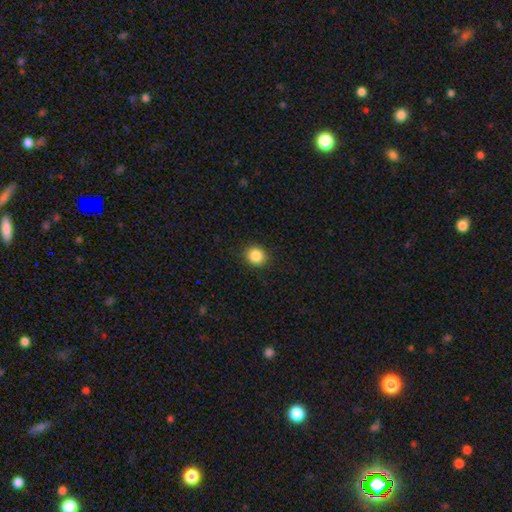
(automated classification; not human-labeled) Smooth or featured: smooth — 87% (star or artifact — 9%)
How rounded: round — 81% (in between — 18%)
Merging: none — 90% (minor disturbance — 7%)